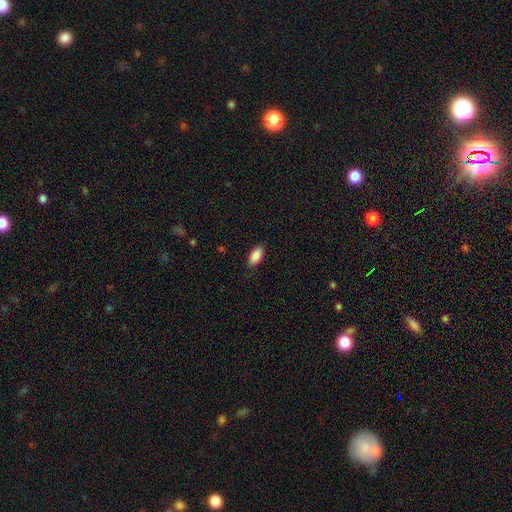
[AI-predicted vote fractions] Q: Smooth or featured?
A: smooth (90%); runner-up: star or artifact (6%)
Q: How rounded?
A: in between (92%); runner-up: cigar-shaped (5%)
Q: Merging?
A: none (85%); runner-up: minor disturbance (11%)